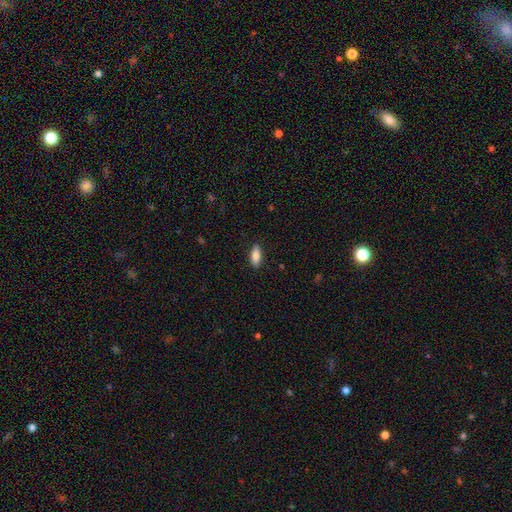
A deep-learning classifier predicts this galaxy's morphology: Smooth or featured? smooth (84%)
How rounded? in between (75%)
Merging? none (89%)